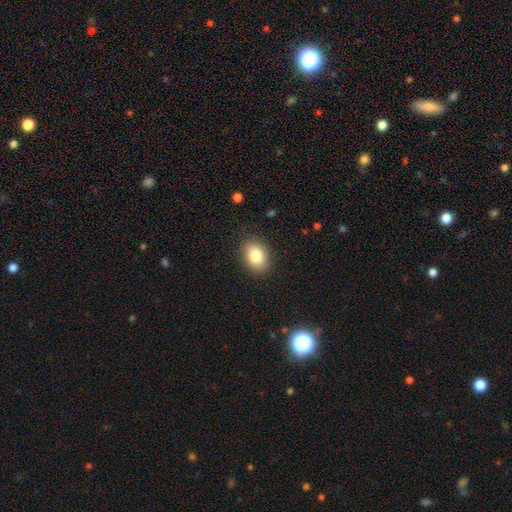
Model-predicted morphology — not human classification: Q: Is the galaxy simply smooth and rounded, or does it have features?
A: smooth — 83%.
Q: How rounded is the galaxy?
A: in between — 71%.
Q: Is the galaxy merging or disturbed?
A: none — 87%.